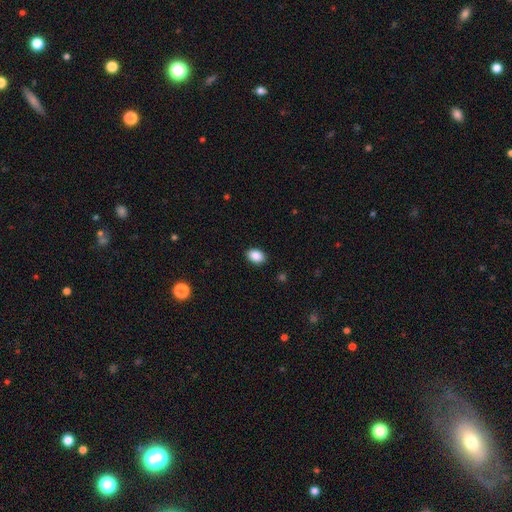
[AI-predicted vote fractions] Smooth or featured? Predicted: smooth (p=0.89). How rounded? Predicted: in between (p=0.81). Merging? Predicted: none (p=0.89).